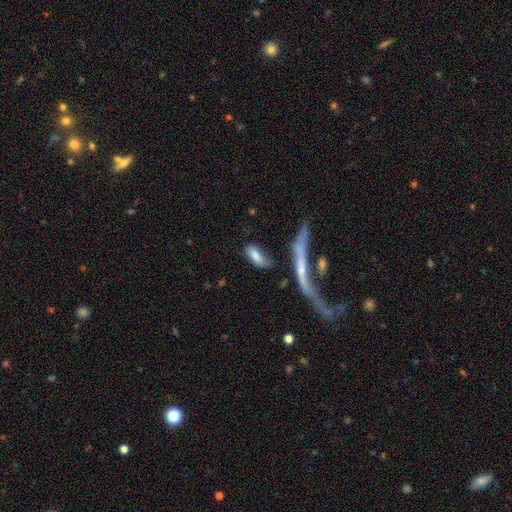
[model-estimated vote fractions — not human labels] A smooth galaxy with no disk features (76%) that is in between round and cigar-shaped (73%). Merging: none (47%).